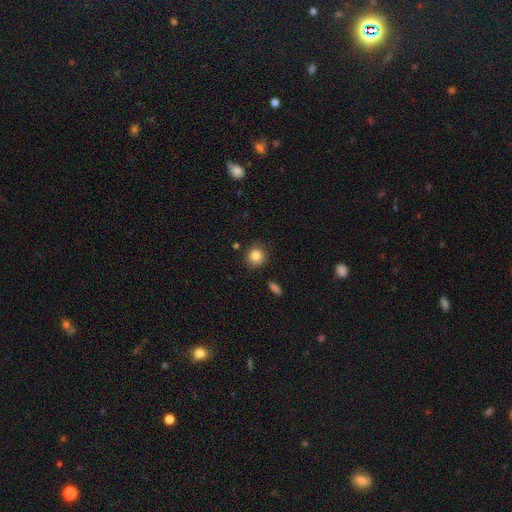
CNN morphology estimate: smooth-or-featured: smooth: 84% | star or artifact: 10% | featured or disk: 7%
  how-rounded: round: 89% | in between: 9% | cigar-shaped: 1%
  merging: none: 86% | minor disturbance: 9% | merger: 2% | major disturbance: 2%